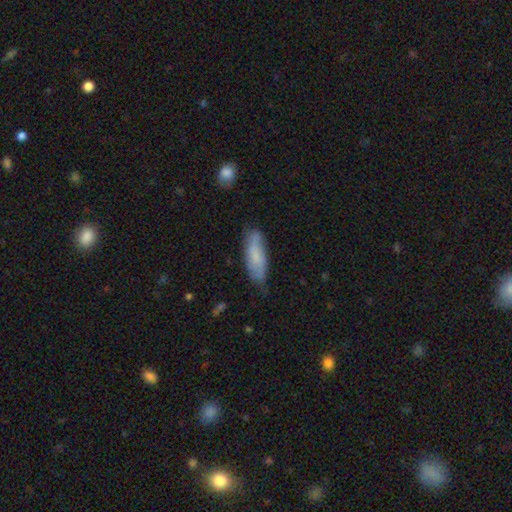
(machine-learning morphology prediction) This appears to be a smooth galaxy with no disk features (67%) that is in between round and cigar-shaped (53%). Merging: none (68%).